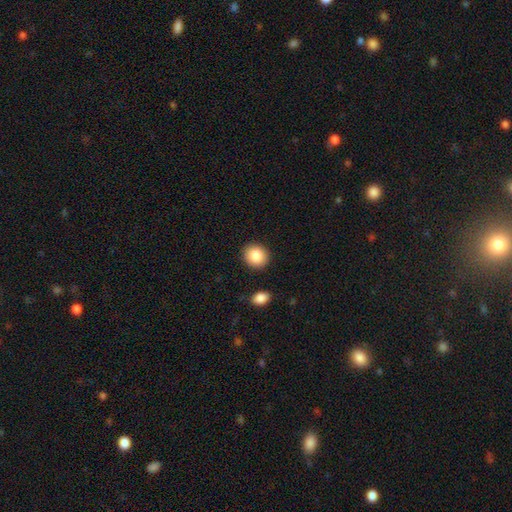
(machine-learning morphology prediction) A smooth galaxy with no disk features (87%) that is round (77%).

Vote fractions:
- Smooth or featured? smooth: 87% / star or artifact: 8% / featured or disk: 6%
- How rounded? round: 77% / in between: 22% / cigar-shaped: 1%
- Merging? none: 89% / minor disturbance: 7% / merger: 2% / major disturbance: 2%